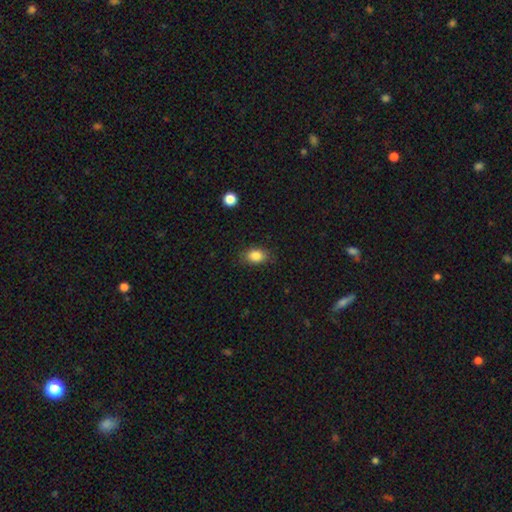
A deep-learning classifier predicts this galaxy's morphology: smooth-or-featured: smooth: 85% | star or artifact: 9% | featured or disk: 6%
  how-rounded: in between: 79% | round: 20% | cigar-shaped: 1%
  merging: none: 83% | minor disturbance: 13% | major disturbance: 3% | merger: 1%